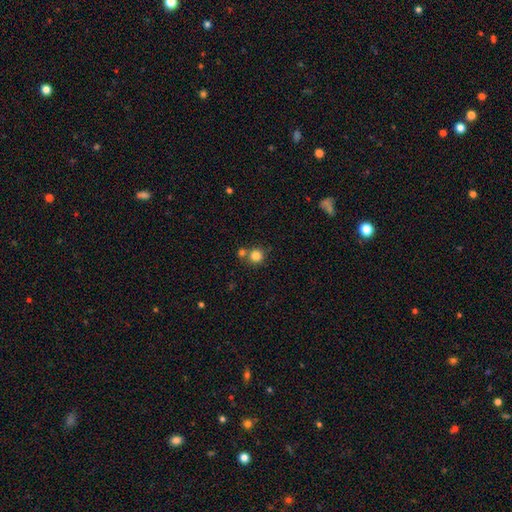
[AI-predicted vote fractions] Smooth or featured? Predicted: smooth (p=0.82). How rounded? Predicted: round (p=0.92). Merging? Predicted: none (p=0.64).